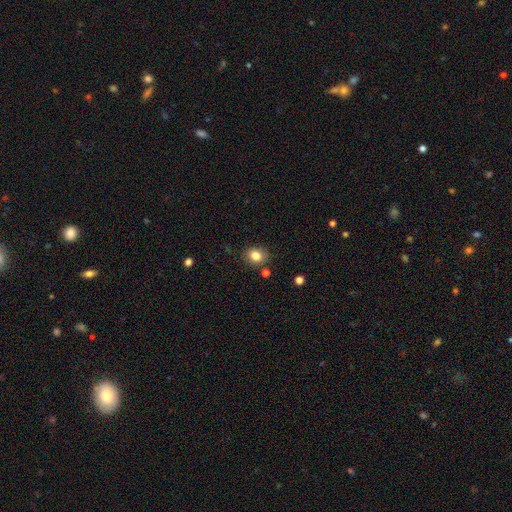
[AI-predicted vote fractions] smooth 82%, star or artifact 11%, featured or disk 7%. Down the decision tree: how rounded — round (63%); merging — none (84%).